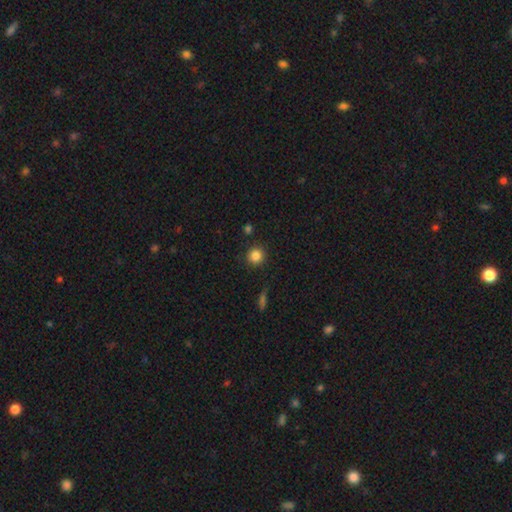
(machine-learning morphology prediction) This is clearly a smooth galaxy (85%). How rounded: clearly round (94%). Merging: clearly none (88%).